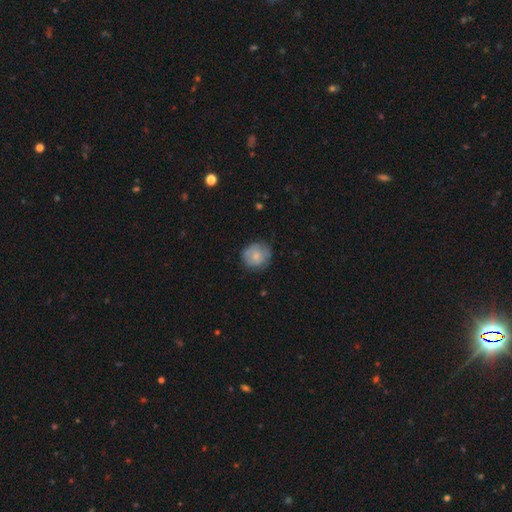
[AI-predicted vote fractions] Q: Smooth or featured?
A: smooth (72%); runner-up: featured or disk (21%)
Q: How rounded?
A: round (87%); runner-up: in between (12%)
Q: Merging?
A: none (75%); runner-up: minor disturbance (19%)